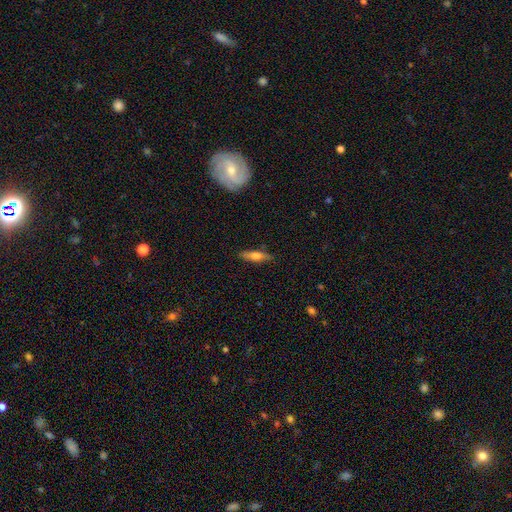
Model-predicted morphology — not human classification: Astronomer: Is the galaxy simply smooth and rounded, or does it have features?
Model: smooth — 58% (runner-up: featured or disk, 36%).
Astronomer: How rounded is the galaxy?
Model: cigar-shaped — 68%.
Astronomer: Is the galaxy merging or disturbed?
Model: none — 84%.